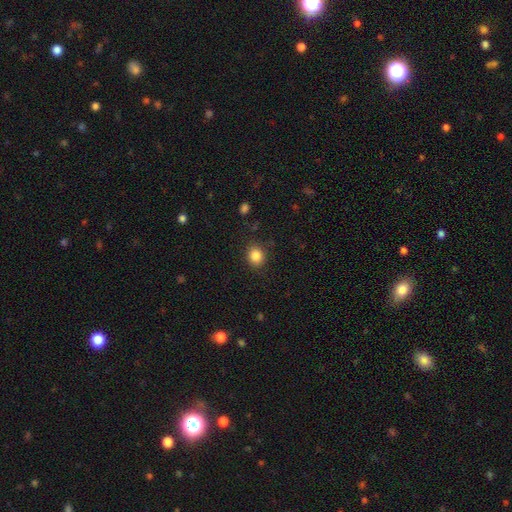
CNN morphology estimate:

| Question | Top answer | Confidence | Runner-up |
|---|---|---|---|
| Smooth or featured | smooth | 85% | star or artifact (10%) |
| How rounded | round | 76% | in between (23%) |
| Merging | none | 87% | minor disturbance (9%) |